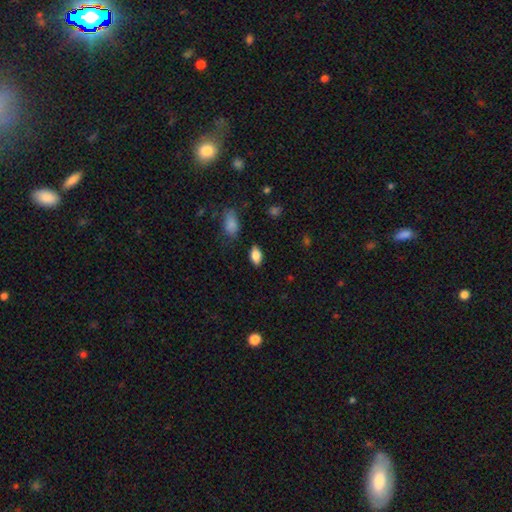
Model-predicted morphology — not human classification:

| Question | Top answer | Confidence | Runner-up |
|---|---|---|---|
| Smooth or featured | smooth | 85% | star or artifact (8%) |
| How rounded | in between | 91% | round (6%) |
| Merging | none | 85% | minor disturbance (11%) |